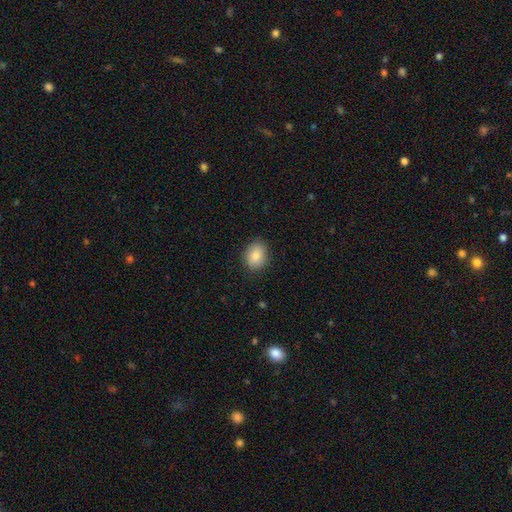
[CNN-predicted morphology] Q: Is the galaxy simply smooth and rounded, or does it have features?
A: smooth — 85%.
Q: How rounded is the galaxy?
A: in between — 58%.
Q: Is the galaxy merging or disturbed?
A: none — 87%.